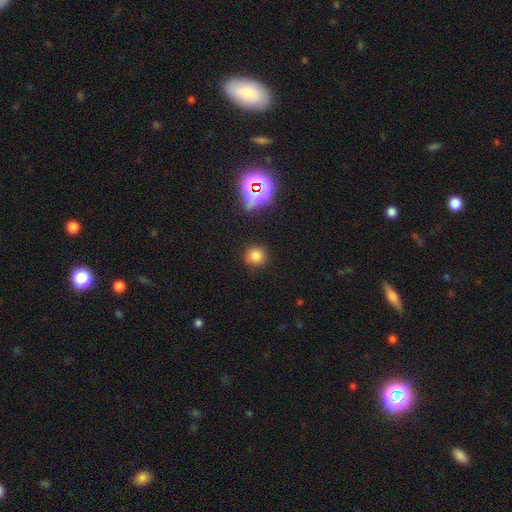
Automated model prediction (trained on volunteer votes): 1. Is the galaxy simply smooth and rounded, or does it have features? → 77% smooth, 17% star or artifact, 6% featured or disk.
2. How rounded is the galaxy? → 89% round, 10% in between, 1% cigar-shaped.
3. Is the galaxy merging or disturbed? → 86% none, 9% minor disturbance, 3% major disturbance, 2% merger.